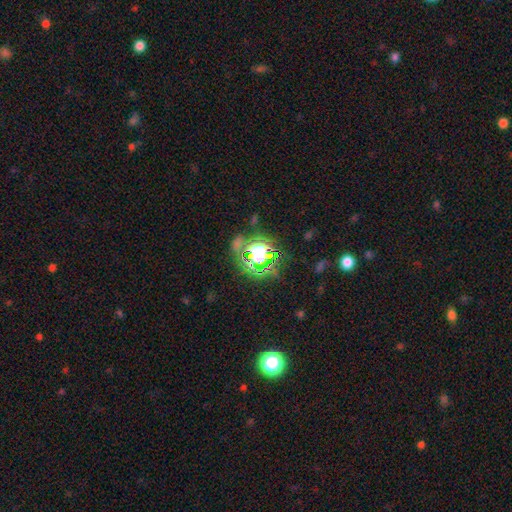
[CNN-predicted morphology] Smooth or featured?
  - star or artifact: 72% *
  - smooth: 18%
  - featured or disk: 10%